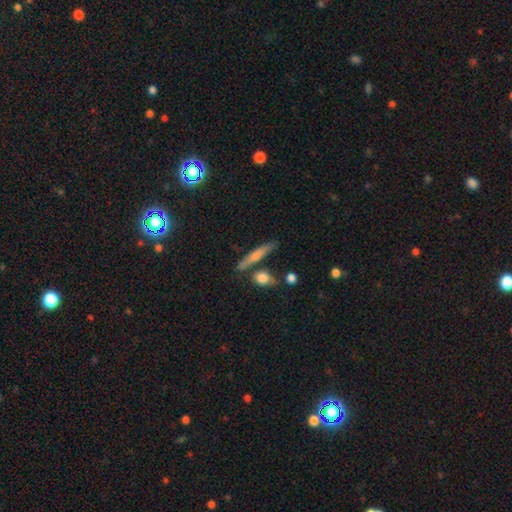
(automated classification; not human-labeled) Smooth or featured? smooth (49%)
Merging? none (78%)